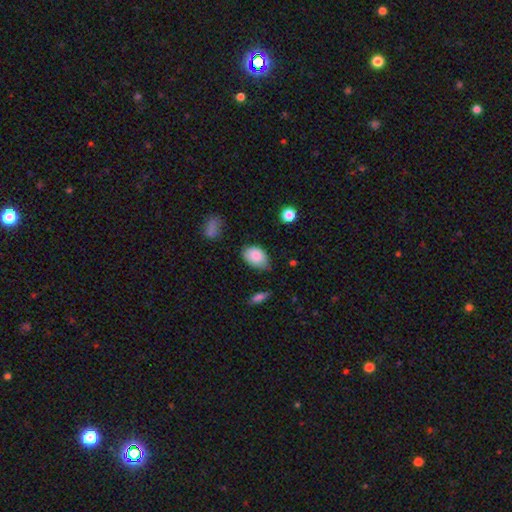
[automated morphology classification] smooth 83%, featured or disk 9%, star or artifact 7%. Down the decision tree: how rounded — in between (87%); merging — none (60%).